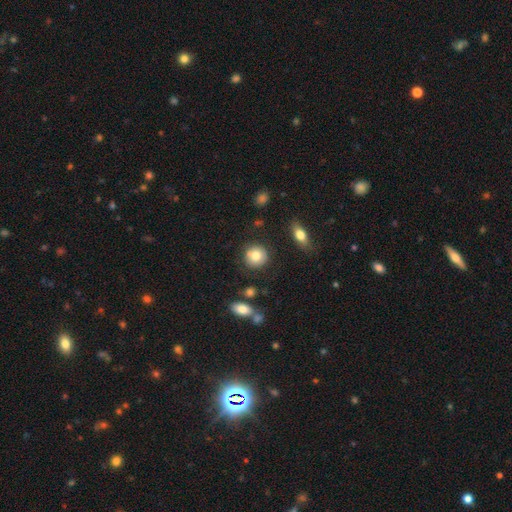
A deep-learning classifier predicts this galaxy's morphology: smooth-or-featured: smooth: 78% | featured or disk: 14% | star or artifact: 8%
  how-rounded: round: 89% | in between: 10% | cigar-shaped: 1%
  merging: none: 82% | minor disturbance: 11% | merger: 4% | major disturbance: 3%